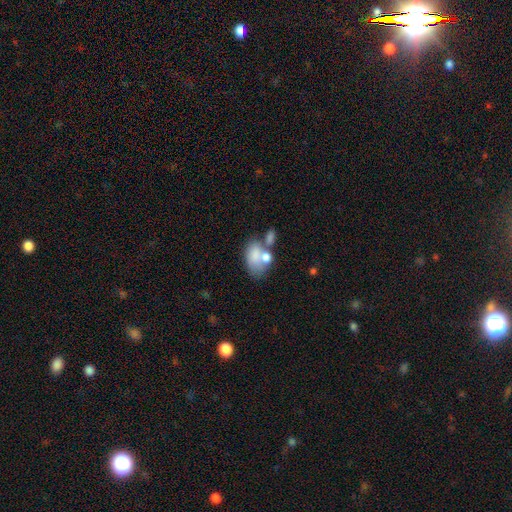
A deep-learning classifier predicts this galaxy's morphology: Q: Smooth or featured?
A: smooth (68%); runner-up: featured or disk (23%)
Q: How rounded?
A: in between (88%); runner-up: round (11%)
Q: Merging?
A: merger (43%); runner-up: none (28%)